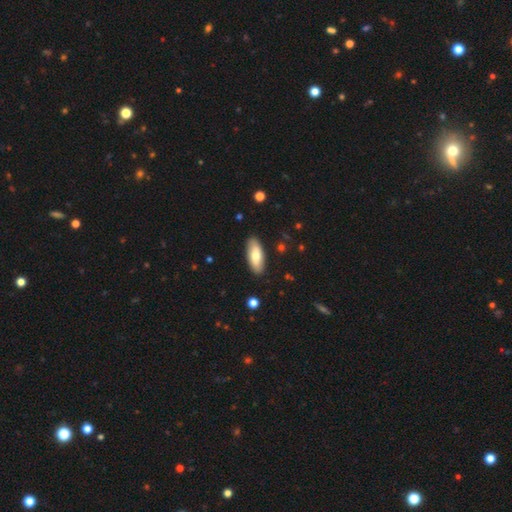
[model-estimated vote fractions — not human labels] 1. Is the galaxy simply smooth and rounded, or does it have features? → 74% smooth, 21% featured or disk, 5% star or artifact.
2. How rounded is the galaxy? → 79% in between, 19% cigar-shaped, 2% round.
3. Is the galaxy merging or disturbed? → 87% none, 9% minor disturbance, 2% major disturbance, 1% merger.